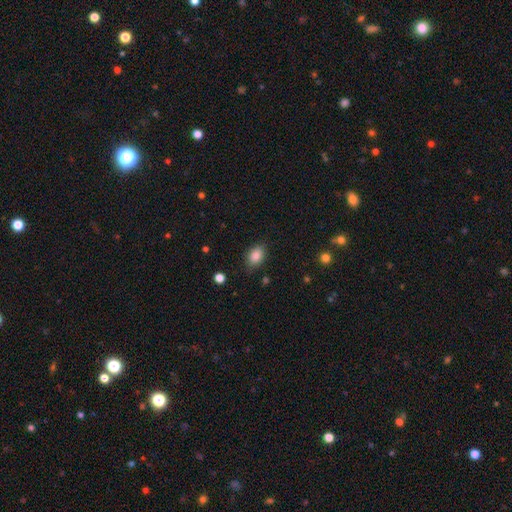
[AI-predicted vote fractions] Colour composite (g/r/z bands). It shows a smooth galaxy with no disk features (86%) that is in between round and cigar-shaped (83%). Merging: none (80%).